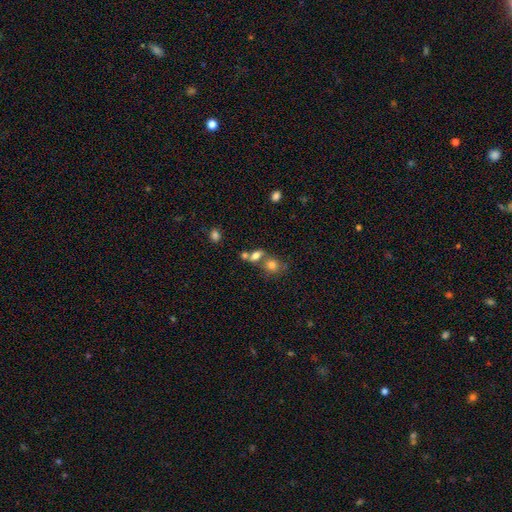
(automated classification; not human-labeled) This appears to be a smooth galaxy with no disk features (71%) that is in between round and cigar-shaped (56%). Merging: merger (51%).